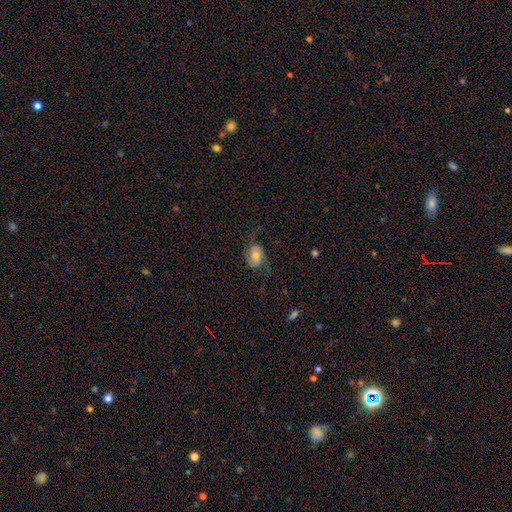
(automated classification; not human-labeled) smooth_or_featured: smooth (p=0.46) [alt: featured or disk p=0.45]
merging: none (p=0.52) [alt: minor disturbance p=0.23]